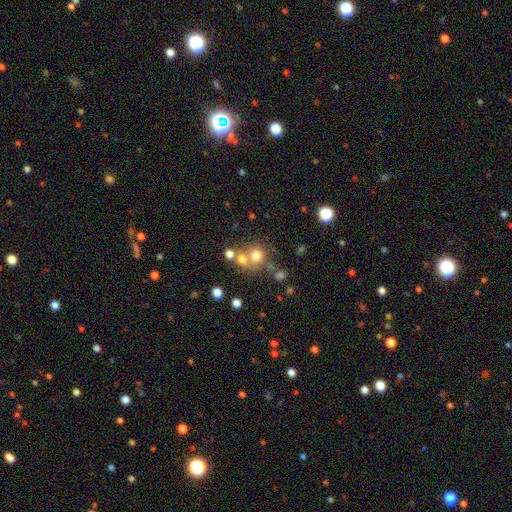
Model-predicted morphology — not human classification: type=smooth (69%); roundness=round (84%); merging=none (50%).